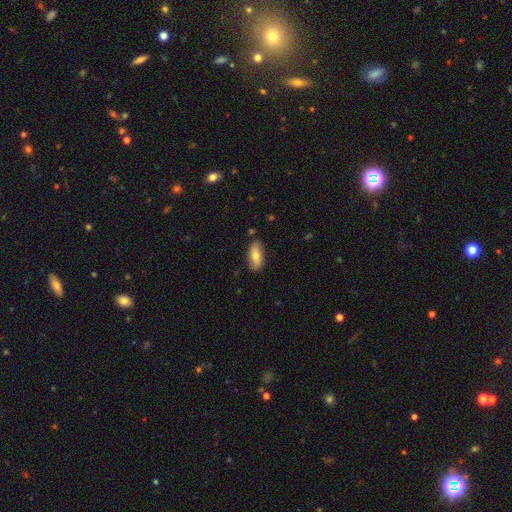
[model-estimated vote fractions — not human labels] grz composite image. It shows a smooth galaxy with no disk features (72%) that is in between round and cigar-shaped (87%). Merging: none (84%).